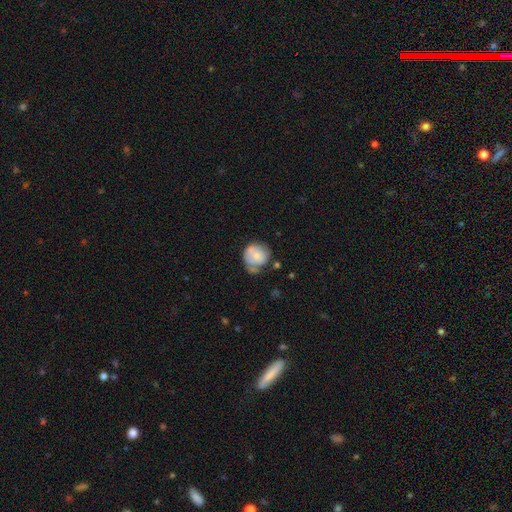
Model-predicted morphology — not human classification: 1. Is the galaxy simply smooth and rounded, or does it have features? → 65% smooth, 28% featured or disk, 7% star or artifact.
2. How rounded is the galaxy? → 82% round, 17% in between, 1% cigar-shaped.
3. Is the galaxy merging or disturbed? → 44% none, 32% minor disturbance, 16% major disturbance, 9% merger.